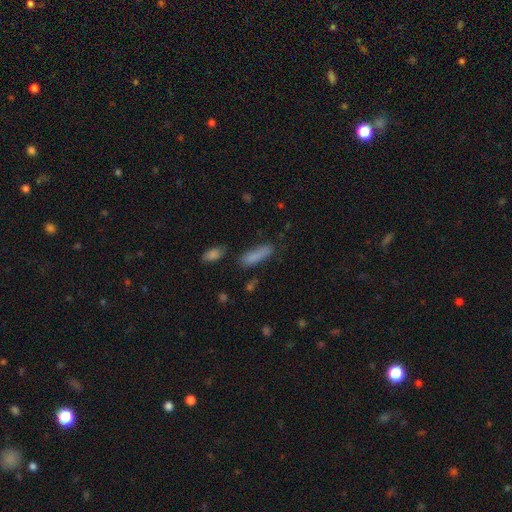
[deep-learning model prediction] Smooth or featured?
  - smooth: 82% *
  - featured or disk: 9%
  - star or artifact: 9%
How rounded?
  - cigar-shaped: 64% *
  - in between: 33%
  - round: 2%
Merging?
  - none: 66% *
  - minor disturbance: 21%
  - major disturbance: 7%
  - merger: 6%